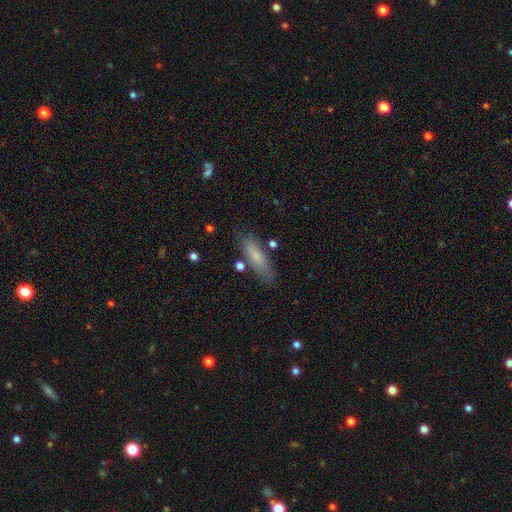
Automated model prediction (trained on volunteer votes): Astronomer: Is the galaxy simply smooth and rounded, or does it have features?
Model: smooth — 76%.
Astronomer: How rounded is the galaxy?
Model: cigar-shaped — 56% (runner-up: in between, 42%).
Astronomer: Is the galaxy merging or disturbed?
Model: none — 79%.